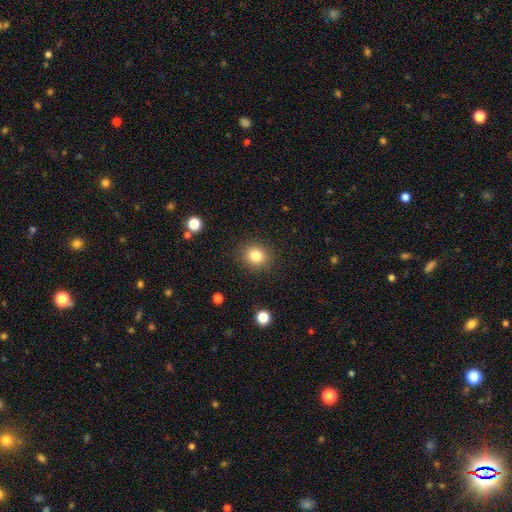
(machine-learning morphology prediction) The model was most divided on "how rounded": round: 80%, in between: 19%, cigar-shaped: 1%. More confident: merging — none (89%); smooth or featured — smooth (83%).